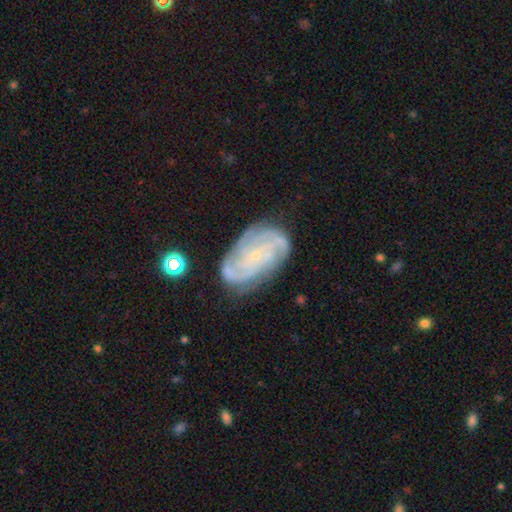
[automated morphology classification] This is clearly a featured or disk galaxy (85%). It is clearly not viewed edge-on (97%). Bar: likely no (71%). Spiral arm pattern: clearly yes (96%). Spiral arm count: marginally 4 (27%). Spiral winding: likely tight (64%). Central bulge: clearly small (84%). Merging: likely none (74%).